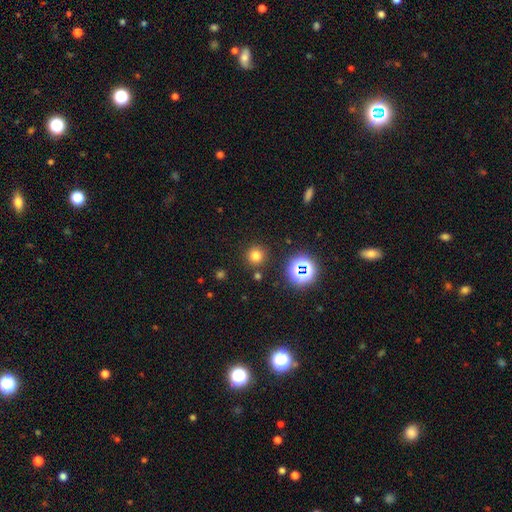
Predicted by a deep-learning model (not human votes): Overall: smooth (72%). How rounded: round (94%). Merging: none (86%).